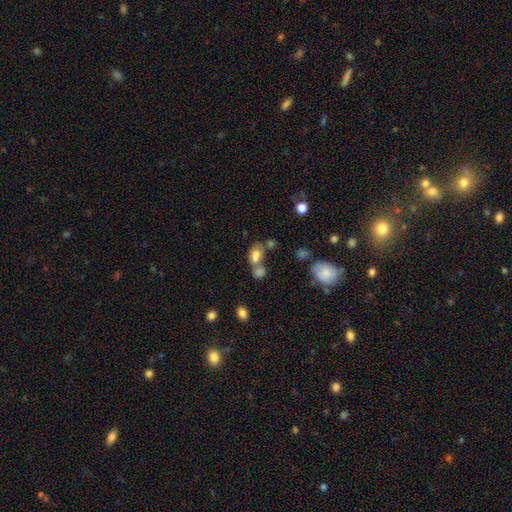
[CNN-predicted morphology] smooth_or_featured: smooth (p=0.76) [alt: featured or disk p=0.12]
how_rounded: in between (p=0.79) [alt: round p=0.19]
merging: merger (p=0.50) [alt: none p=0.32]